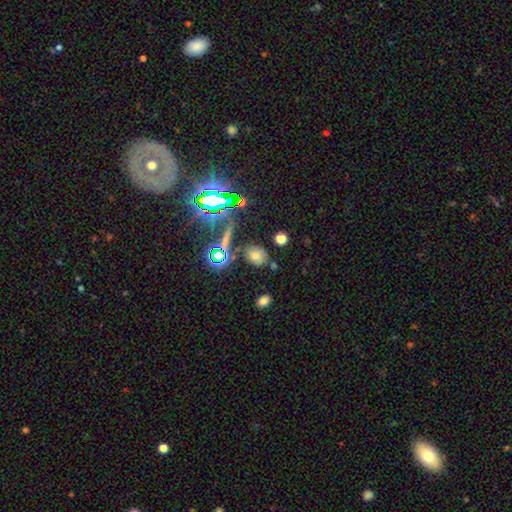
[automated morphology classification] Smooth or featured: smooth — 55% (star or artifact — 27%)
How rounded: in between — 62% (round — 36%)
Merging: none — 72% (minor disturbance — 16%)